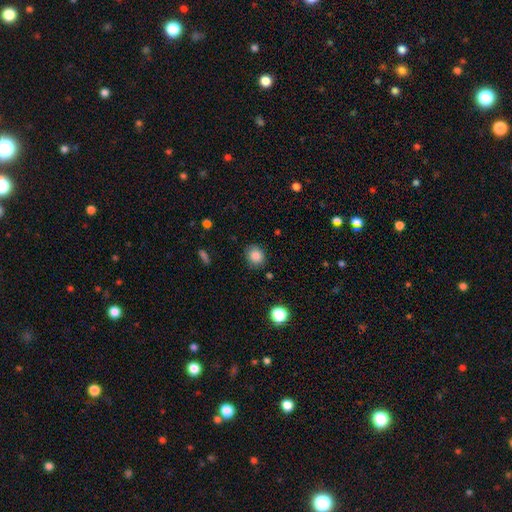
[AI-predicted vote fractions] Smooth or featured: smooth — 85% (star or artifact — 10%)
How rounded: round — 73% (in between — 26%)
Merging: none — 83% (minor disturbance — 12%)